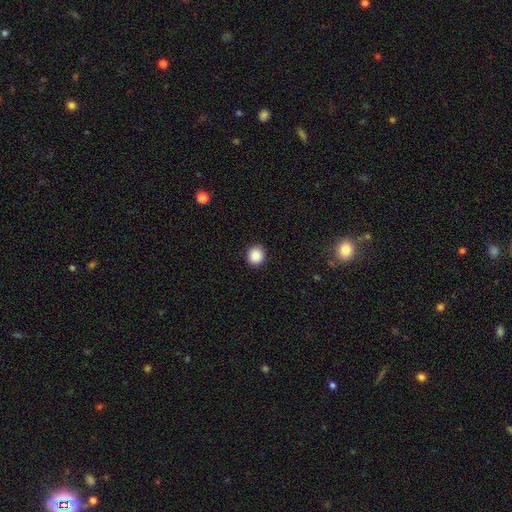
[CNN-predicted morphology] Smooth or featured? Predicted: smooth (p=0.89). How rounded? Predicted: round (p=0.88). Merging? Predicted: none (p=0.92).